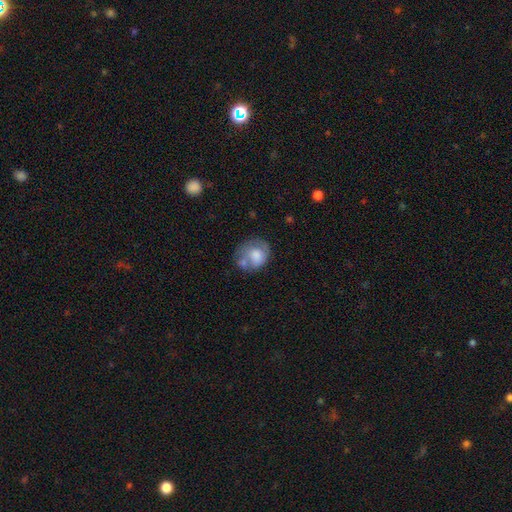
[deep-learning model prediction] smooth_or_featured: smooth (p=0.68) [alt: featured or disk p=0.25]
how_rounded: round (p=0.65) [alt: in between p=0.34]
merging: none (p=0.38) [alt: merger p=0.24]